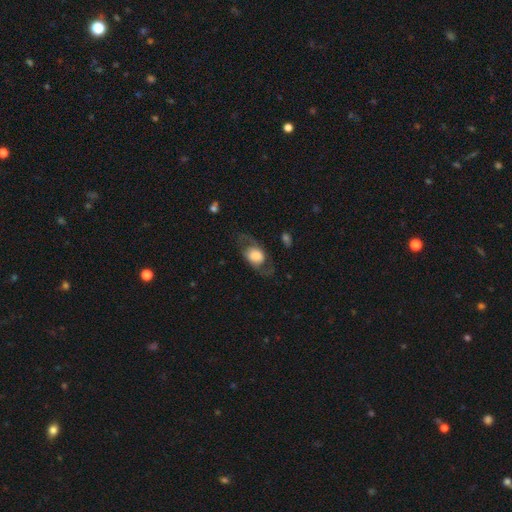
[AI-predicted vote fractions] featured or disk 47%, smooth 46%, star or artifact 7%. Down the decision tree: merging — none (64%).